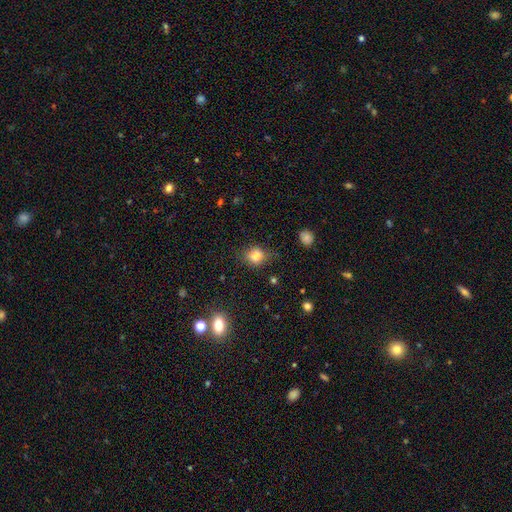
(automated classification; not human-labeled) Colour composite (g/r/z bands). It shows a smooth galaxy with no disk features (81%) that is round (66%). Merging: none (74%).